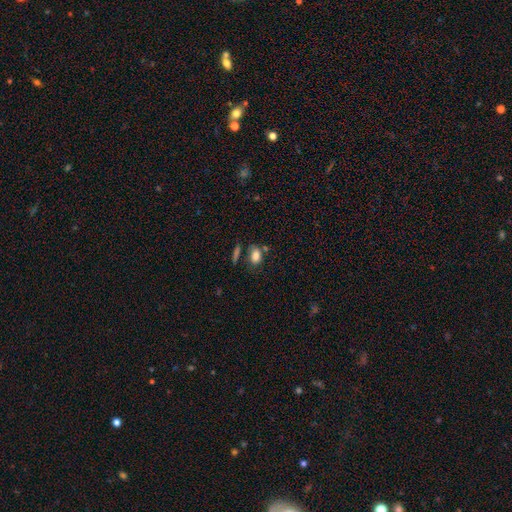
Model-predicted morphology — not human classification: Smooth or featured? smooth (81%)
How rounded? in between (83%)
Merging? none (60%)